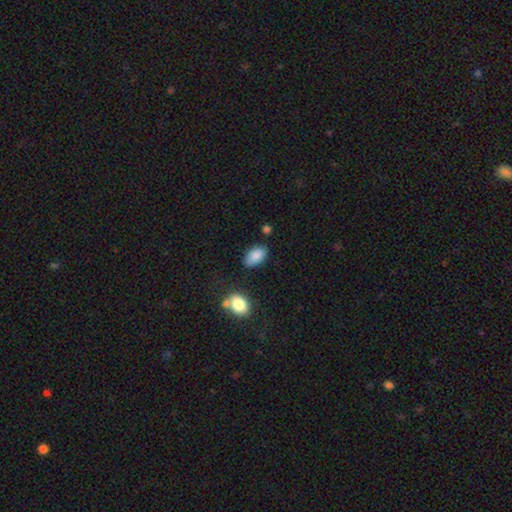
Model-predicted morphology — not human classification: A smooth galaxy with no disk features (88%) that is in between round and cigar-shaped (93%).

Vote fractions:
- Smooth or featured? smooth: 88% / star or artifact: 7% / featured or disk: 5%
- How rounded? in between: 93% / round: 5% / cigar-shaped: 2%
- Merging? none: 78% / minor disturbance: 15% / merger: 4% / major disturbance: 3%